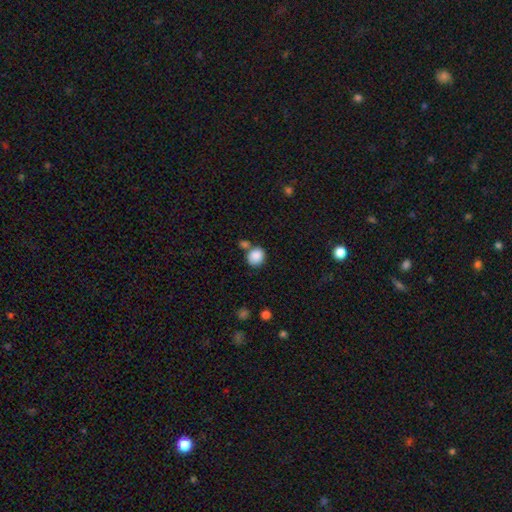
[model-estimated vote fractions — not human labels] Smooth or featured?
  - smooth: 87% *
  - star or artifact: 9%
  - featured or disk: 4%
How rounded?
  - round: 73% *
  - in between: 26%
  - cigar-shaped: 1%
Merging?
  - none: 61% *
  - merger: 22%
  - minor disturbance: 13%
  - major disturbance: 4%